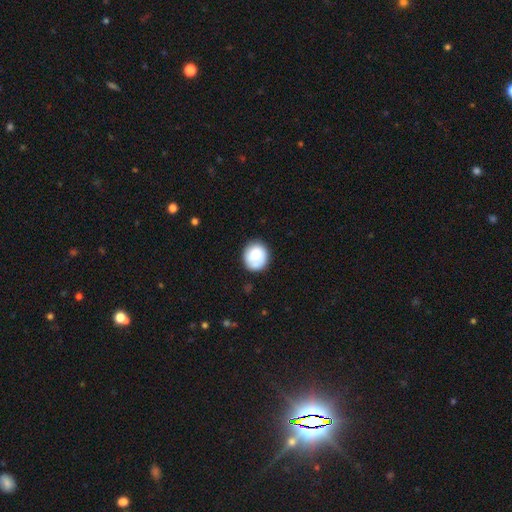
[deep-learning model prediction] This is likely a smooth galaxy (79%). How rounded: likely round (79%). Merging: likely none (74%).